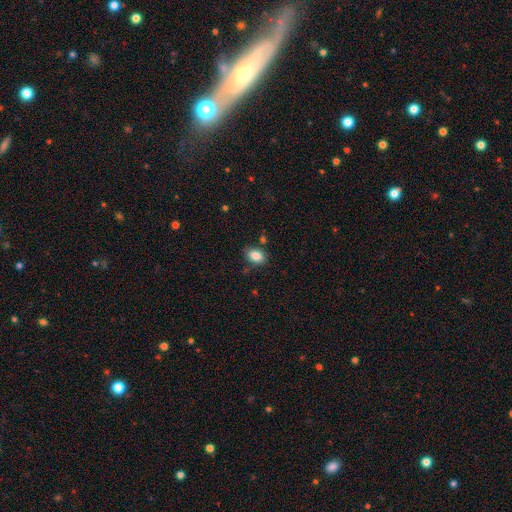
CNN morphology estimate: Smooth or featured? Predicted: smooth (p=0.85). How rounded? Predicted: in between (p=0.81). Merging? Predicted: none (p=0.79).